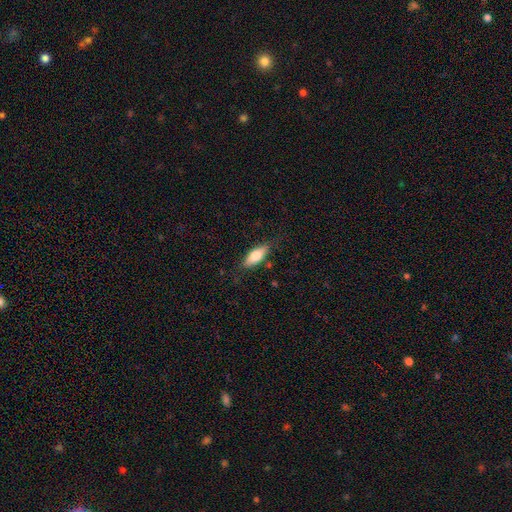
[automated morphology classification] type=smooth (71%); roundness=in between (72%); merging=none (78%).